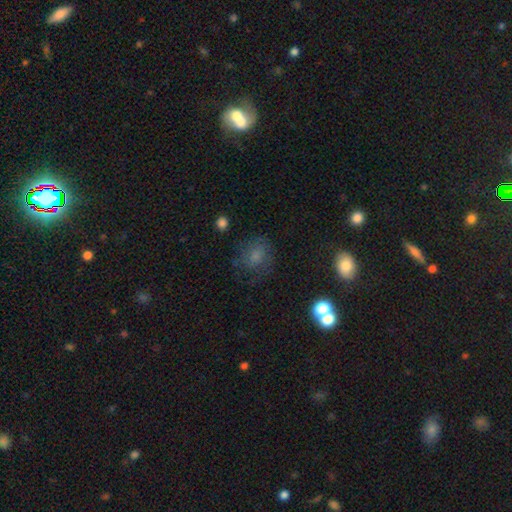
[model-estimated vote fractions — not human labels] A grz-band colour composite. It shows a smooth galaxy with no disk features (67%) that is round (62%). Merging: none (62%).